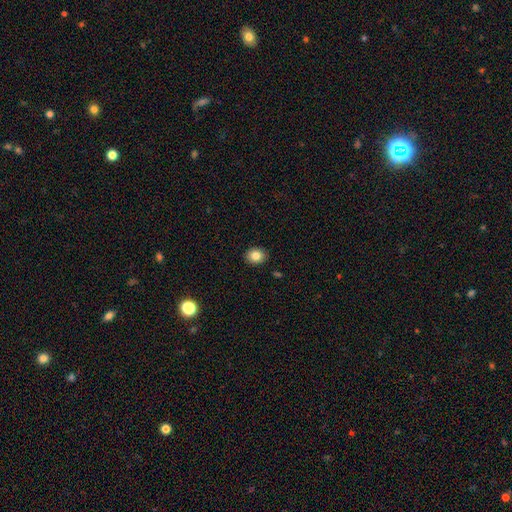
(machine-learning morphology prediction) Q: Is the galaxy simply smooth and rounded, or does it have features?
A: smooth — 83%.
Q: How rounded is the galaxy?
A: round — 60%.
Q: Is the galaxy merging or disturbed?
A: none — 91%.